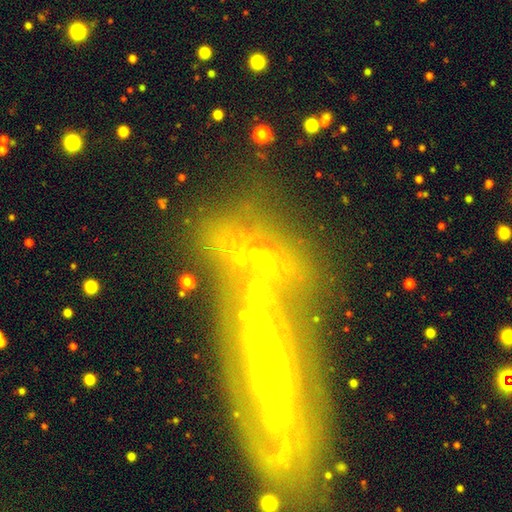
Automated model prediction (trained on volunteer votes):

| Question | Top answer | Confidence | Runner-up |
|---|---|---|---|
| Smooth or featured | featured or disk | 51% | smooth (25%) |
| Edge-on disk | no | 88% | yes (12%) |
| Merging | merger | 30% | tied: none (30%) |